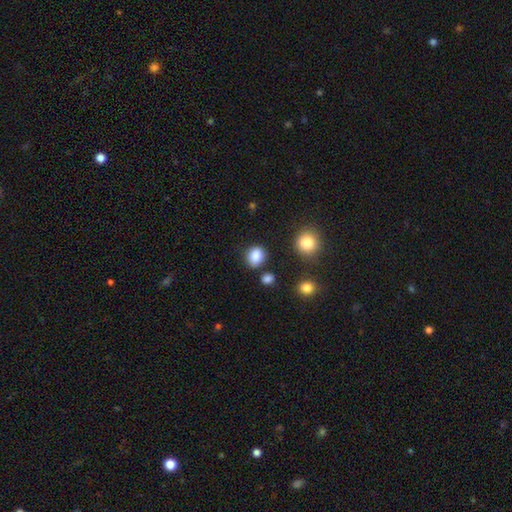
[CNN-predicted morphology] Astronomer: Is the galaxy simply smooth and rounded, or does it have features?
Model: smooth — 86%.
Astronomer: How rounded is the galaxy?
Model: round — 65%.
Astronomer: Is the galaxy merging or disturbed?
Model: none — 80%.